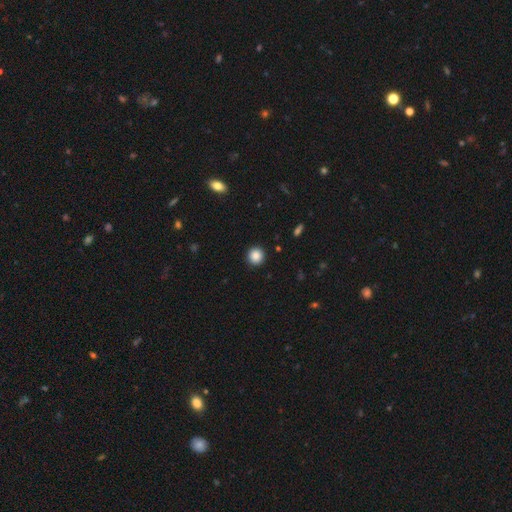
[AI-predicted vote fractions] Smooth or featured?
  - smooth: 87% *
  - star or artifact: 10%
  - featured or disk: 3%
How rounded?
  - round: 94% *
  - in between: 5%
  - cigar-shaped: 1%
Merging?
  - none: 93% *
  - minor disturbance: 5%
  - major disturbance: 2%
  - merger: 1%